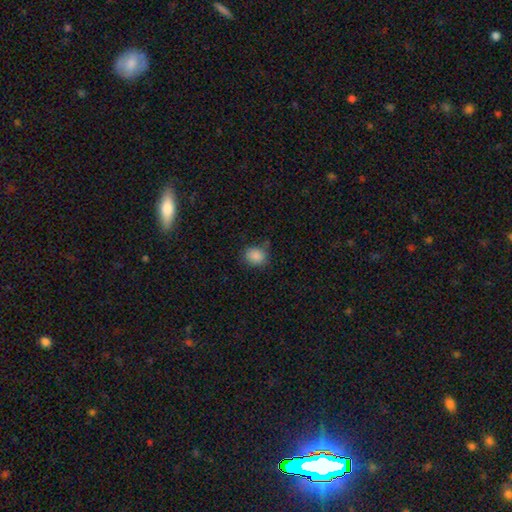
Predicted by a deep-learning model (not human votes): Smooth or featured: smooth — 87% (star or artifact — 10%)
How rounded: round — 64% (in between — 35%)
Merging: none — 74% (minor disturbance — 18%)